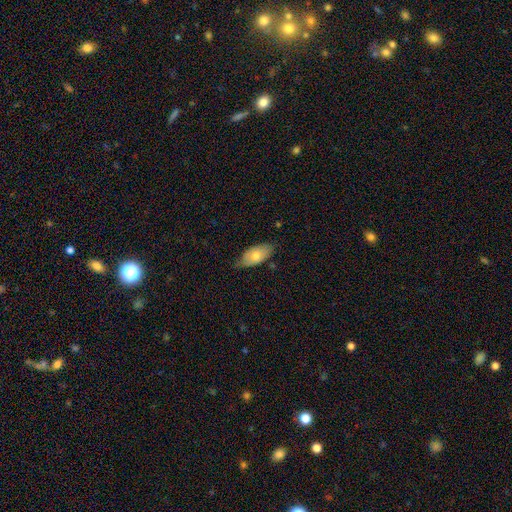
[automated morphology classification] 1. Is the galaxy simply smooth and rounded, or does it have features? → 66% smooth, 28% featured or disk, 6% star or artifact.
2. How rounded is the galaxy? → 92% in between, 5% cigar-shaped, 3% round.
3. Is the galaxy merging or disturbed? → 68% none, 26% minor disturbance, 4% major disturbance, 2% merger.